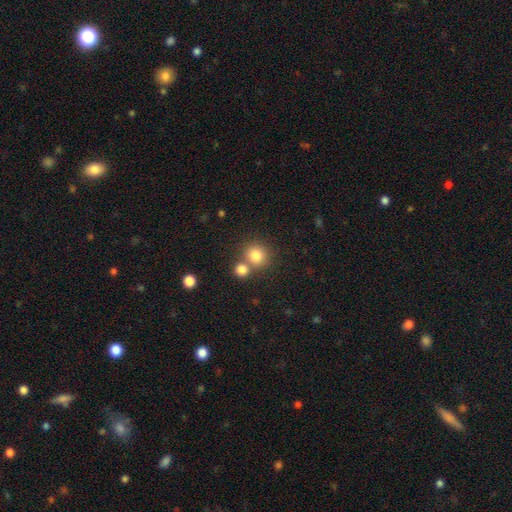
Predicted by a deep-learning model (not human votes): Smooth or featured: smooth — 81% (star or artifact — 12%)
How rounded: round — 88% (in between — 11%)
Merging: none — 59% (merger — 32%)